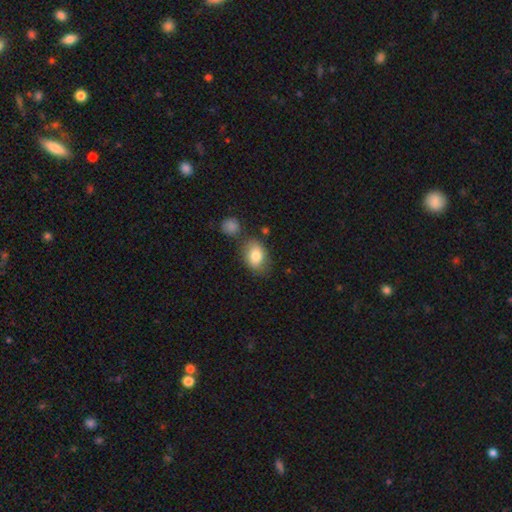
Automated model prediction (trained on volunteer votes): Smooth or featured: smooth — 81% (featured or disk — 11%)
How rounded: in between — 78% (round — 21%)
Merging: none — 68% (minor disturbance — 17%)